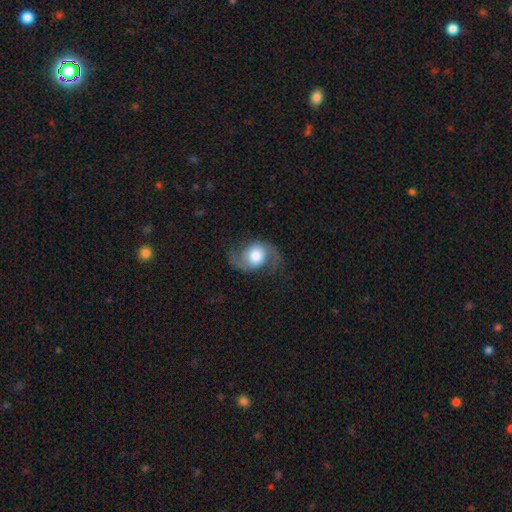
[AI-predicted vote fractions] Smooth or featured?
  - featured or disk: 77% *
  - smooth: 17%
  - star or artifact: 6%
Edge-on disk?
  - no: 97% *
  - yes: 3%
Bar?
  - no: 69% *
  - weak: 25%
  - strong: 6%
Spiral arms?
  - yes: 93% *
  - no: 7%
Spiral winding?
  - loose: 54% *
  - medium: 38%
  - tight: 9%
Spiral arm count?
  - 2: 93% *
  - 1: 2%
  - can't tell: 2%
  - 3: 1%
  - 4: 1%
  - more than 4: 1%
Bulge size?
  - large: 44% *
  - moderate: 38%
  - dominant: 11%
  - small: 6%
  - none: 2%
Merging?
  - none: 72% *
  - minor disturbance: 17%
  - major disturbance: 10%
  - merger: 1%